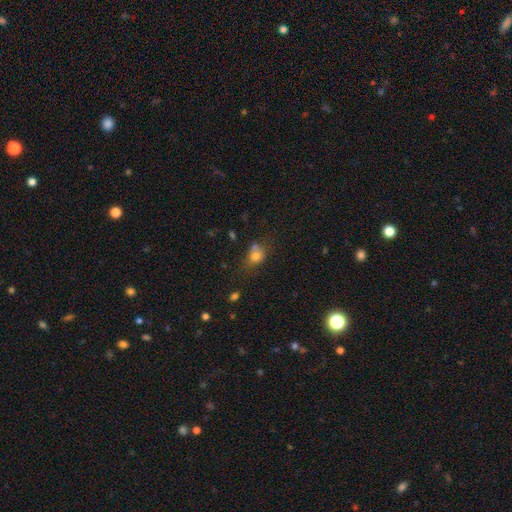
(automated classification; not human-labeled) This appears to be a smooth galaxy with no disk features (74%) that is round (56%). Merging: none (41%).